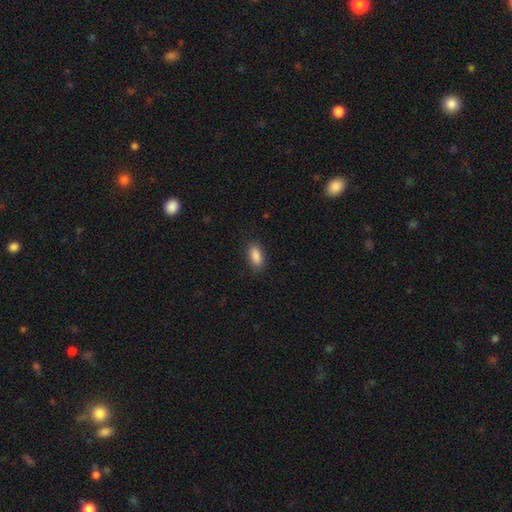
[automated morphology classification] A smooth galaxy with no disk features (88%) that is in between round and cigar-shaped (88%). Merging: none (86%).